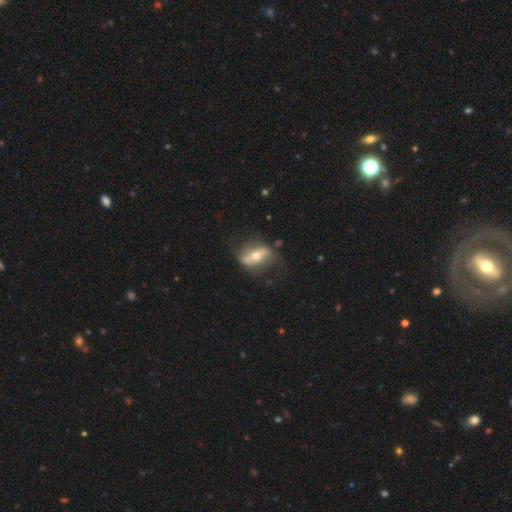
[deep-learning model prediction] This is likely a featured or disk galaxy (69%). It is likely not viewed edge-on (74%). Bar: possibly strong (59%). Spiral arm pattern: possibly yes (60%). Central bulge: possibly moderate (57%). Merging: likely none (65%).